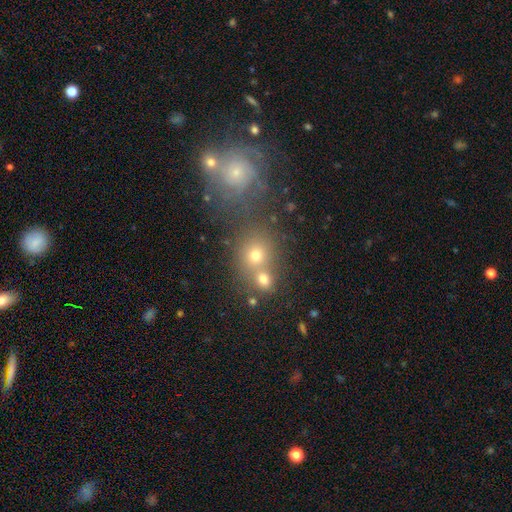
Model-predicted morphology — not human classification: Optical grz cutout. It shows a smooth galaxy with no disk features (69%) that is round (75%). Merging: none (46%).